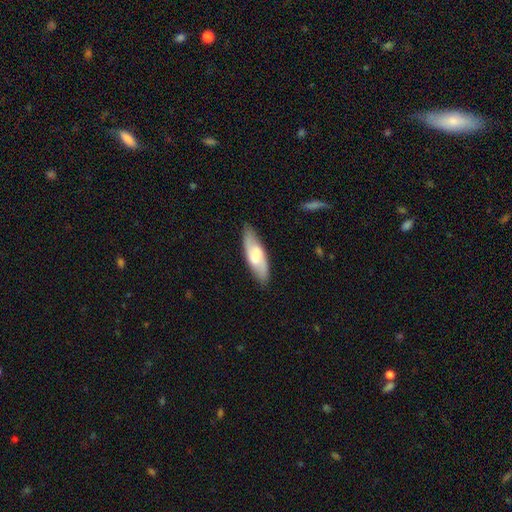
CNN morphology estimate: A smooth galaxy with no disk features (53%) that is in between round and cigar-shaped (58%). Merging: none (84%).